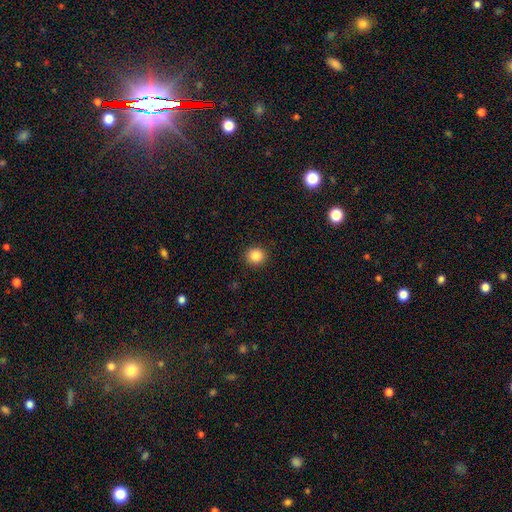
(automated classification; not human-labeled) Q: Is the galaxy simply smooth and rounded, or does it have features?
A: smooth — 86%.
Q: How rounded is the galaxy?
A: round — 92%.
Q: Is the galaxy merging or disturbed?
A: none — 92%.